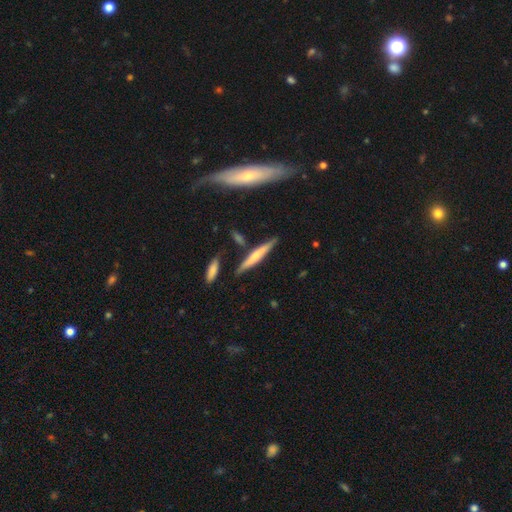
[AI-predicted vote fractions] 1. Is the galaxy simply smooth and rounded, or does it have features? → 54% smooth, 39% featured or disk, 6% star or artifact.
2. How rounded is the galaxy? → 91% cigar-shaped, 7% in between, 1% round.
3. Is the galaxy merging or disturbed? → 79% none, 13% minor disturbance, 6% merger, 3% major disturbance.